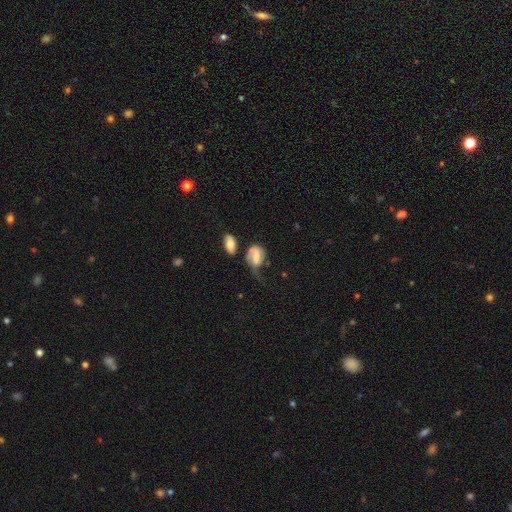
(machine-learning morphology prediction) Overall: featured or disk (50%; smooth 42%). Merging: major disturbance (43%; none 23%).